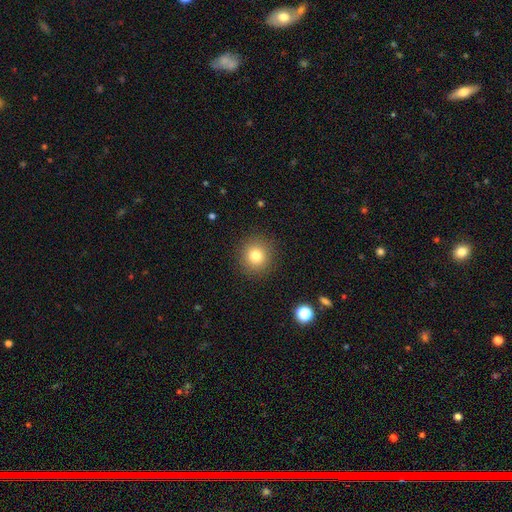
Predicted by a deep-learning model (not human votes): A smooth galaxy with no disk features (80%) that is round (92%).

Vote fractions:
- Smooth or featured? smooth: 80% / star or artifact: 12% / featured or disk: 8%
- How rounded? round: 92% / in between: 7% / cigar-shaped: 1%
- Merging? none: 90% / minor disturbance: 6% / major disturbance: 2% / merger: 1%